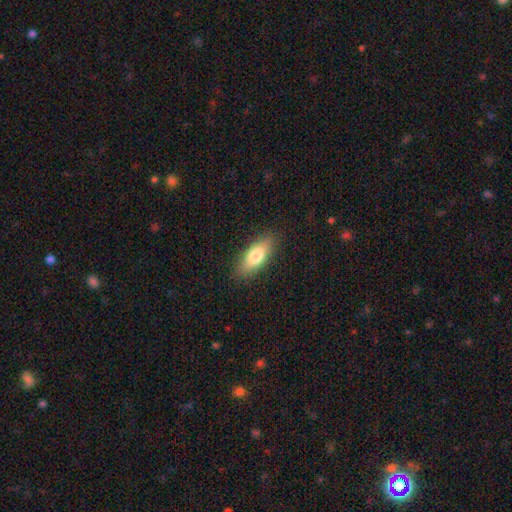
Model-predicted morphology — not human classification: smooth_or_featured: smooth (p=0.77) [alt: featured or disk p=0.16]
how_rounded: in between (p=0.76) [alt: cigar-shaped p=0.21]
merging: none (p=0.87) [alt: minor disturbance p=0.10]